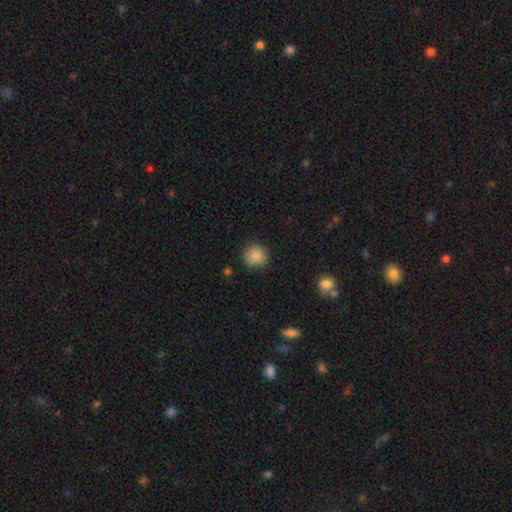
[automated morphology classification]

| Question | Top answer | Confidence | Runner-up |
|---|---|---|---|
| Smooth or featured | smooth | 85% | star or artifact (9%) |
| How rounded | round | 91% | in between (8%) |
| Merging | none | 84% | minor disturbance (12%) |